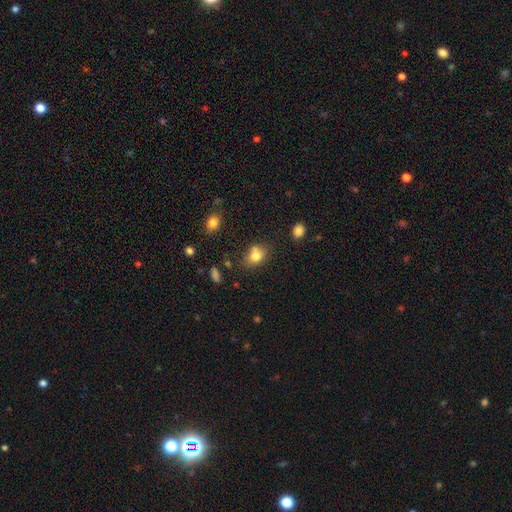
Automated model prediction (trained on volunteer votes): Smooth or featured: smooth — 77% (featured or disk — 12%)
How rounded: in between — 62% (round — 36%)
Merging: none — 53% (merger — 24%)